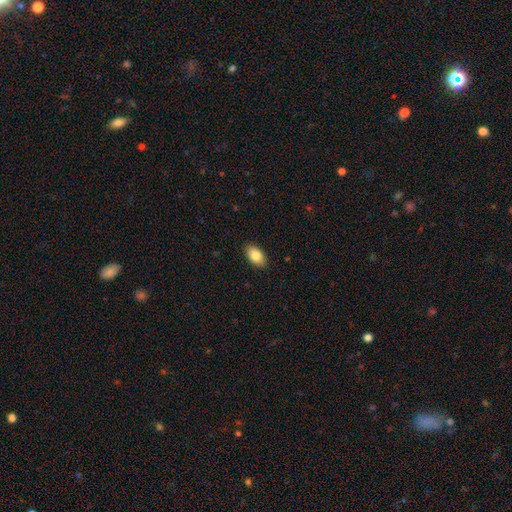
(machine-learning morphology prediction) Smooth or featured? smooth (84%)
How rounded? in between (92%)
Merging? none (89%)